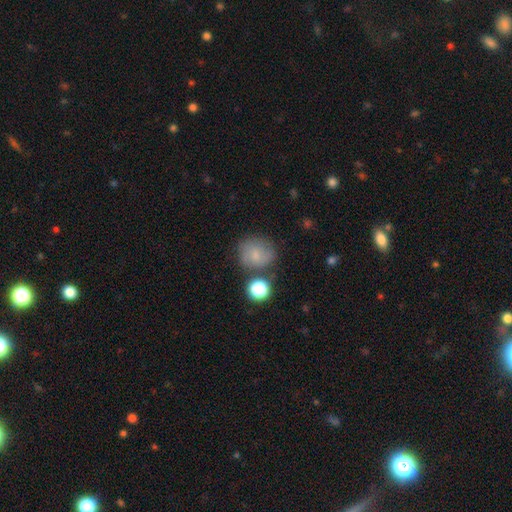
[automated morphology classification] This is likely a smooth galaxy (69%). How rounded: clearly round (82%). Merging: likely none (66%).